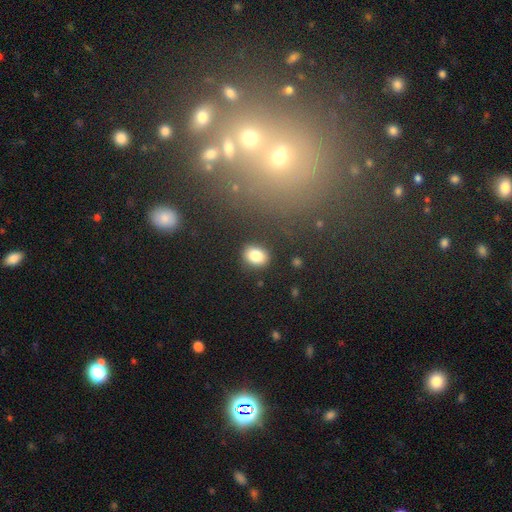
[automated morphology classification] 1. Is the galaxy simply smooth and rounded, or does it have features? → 83% smooth, 10% star or artifact, 7% featured or disk.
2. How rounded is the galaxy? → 63% in between, 36% round, 1% cigar-shaped.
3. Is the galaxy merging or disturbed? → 85% none, 10% minor disturbance, 3% major disturbance, 2% merger.